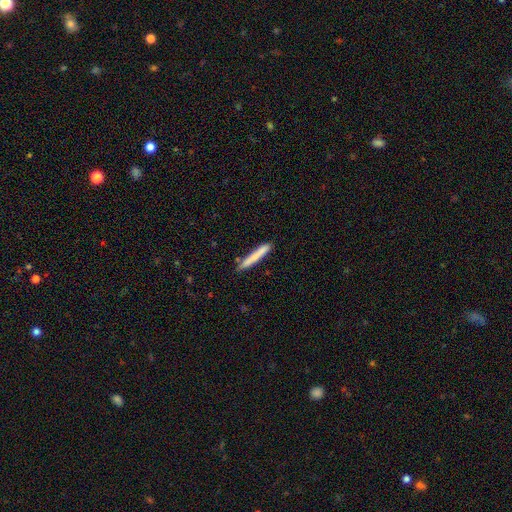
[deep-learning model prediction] This appears to be a smooth galaxy with no disk features (77%) that is cigar-shaped (96%). Merging: none (84%).